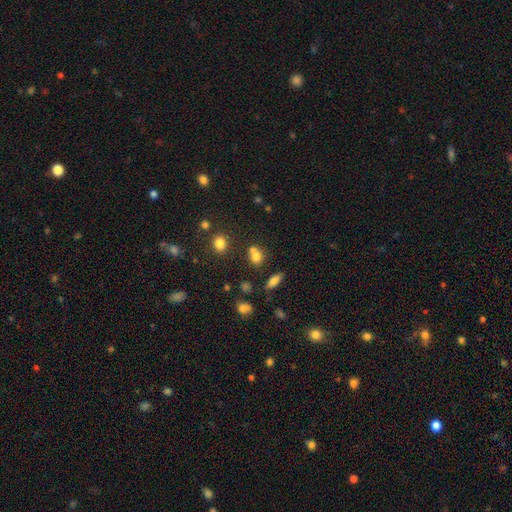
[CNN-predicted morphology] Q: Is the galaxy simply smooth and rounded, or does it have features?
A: smooth — 71%.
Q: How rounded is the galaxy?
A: round — 61%.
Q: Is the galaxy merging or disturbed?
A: merger — 47%.